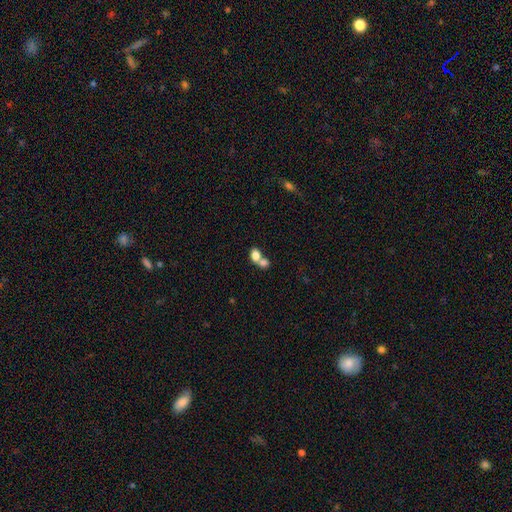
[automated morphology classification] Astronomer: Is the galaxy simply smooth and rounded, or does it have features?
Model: smooth — 79%.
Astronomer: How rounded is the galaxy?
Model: in between — 66%.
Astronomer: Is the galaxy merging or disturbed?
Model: merger — 63%.